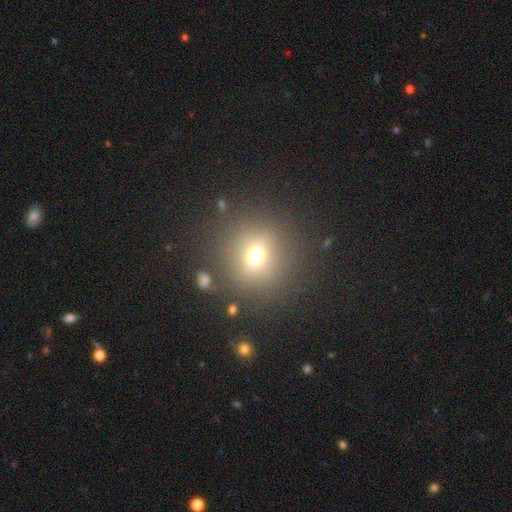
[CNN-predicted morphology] Smooth or featured? Predicted: smooth (p=0.67). How rounded? Predicted: round (p=0.88). Merging? Predicted: none (p=0.84).